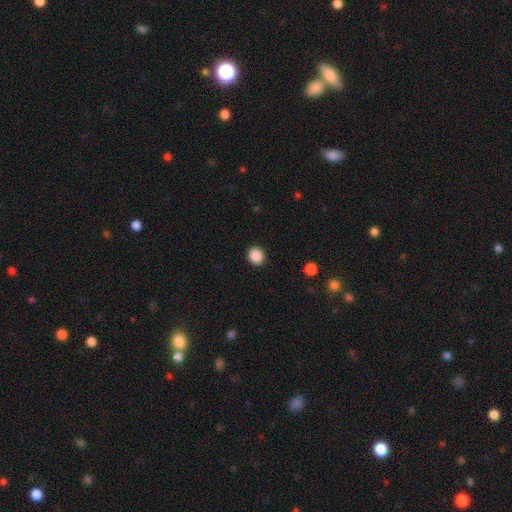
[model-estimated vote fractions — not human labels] Smooth or featured? smooth (88%)
How rounded? round (82%)
Merging? none (92%)